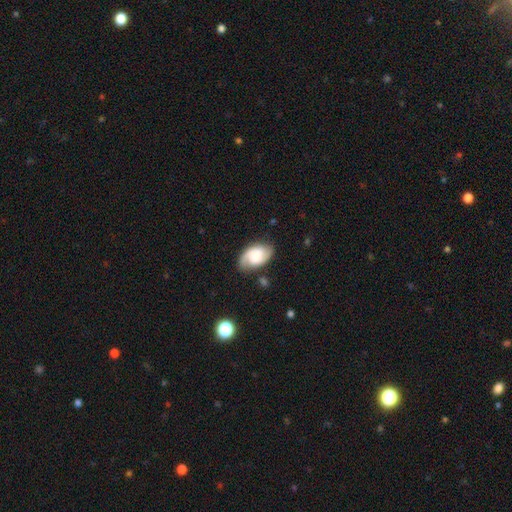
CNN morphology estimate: Q: Smooth or featured?
A: featured or disk (57%); runner-up: smooth (35%)
Q: Edge-on disk?
A: no (96%); runner-up: yes (4%)
Q: Bar?
A: no (56%); runner-up: weak (35%)
Q: Spiral arms?
A: yes (91%); runner-up: no (9%)
Q: Bulge size?
A: large (28%); runner-up: moderate (27%)
Q: Merging?
A: none (75%); runner-up: minor disturbance (17%)